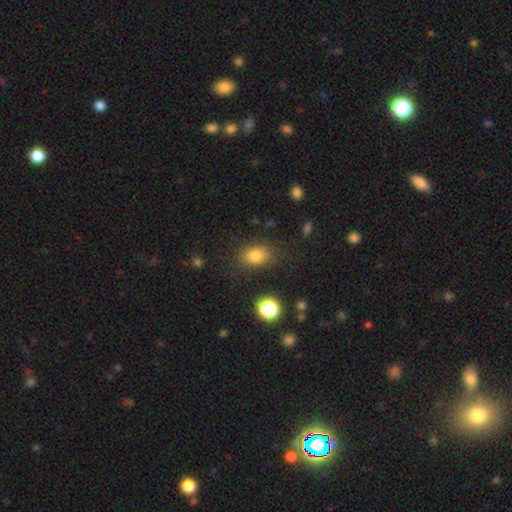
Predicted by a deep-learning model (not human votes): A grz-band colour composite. It shows a smooth galaxy with no disk features (81%) that is in between round and cigar-shaped (73%). Merging: none (81%).